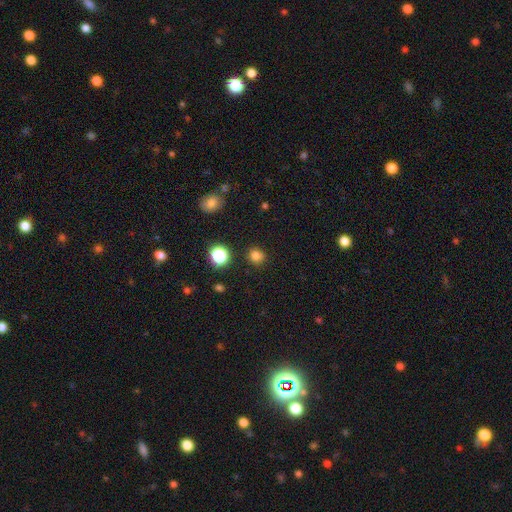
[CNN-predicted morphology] type=smooth (79%); roundness=round (86%); merging=none (86%).